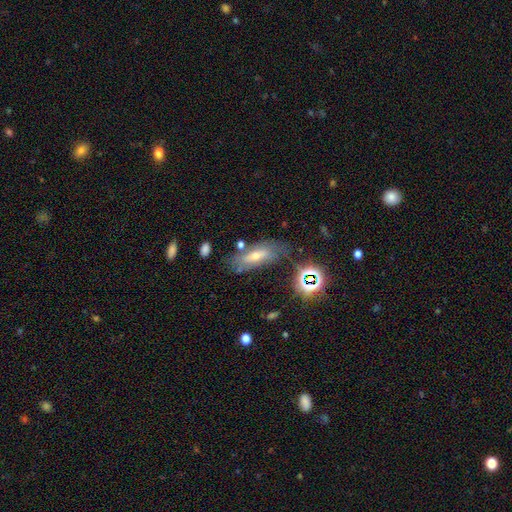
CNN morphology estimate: A smooth galaxy with no disk features (42%). Merging: none (63%).